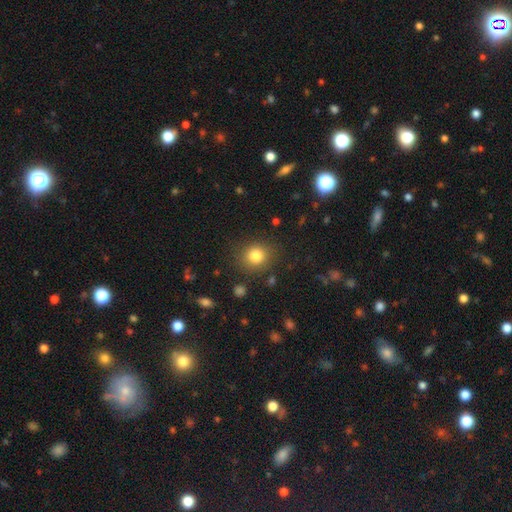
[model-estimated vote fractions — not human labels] smooth_or_featured: smooth (p=0.81) [alt: star or artifact p=0.12]
how_rounded: round (p=0.80) [alt: in between p=0.19]
merging: none (p=0.84) [alt: minor disturbance p=0.10]